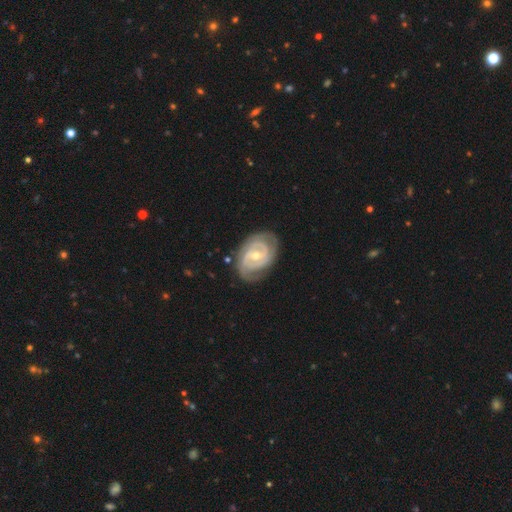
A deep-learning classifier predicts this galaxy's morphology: Smooth or featured: featured or disk — 89% (smooth — 7%)
Edge-on disk: no — 97% (yes — 3%)
Bar: weak — 45% (no — 37%)
Spiral arms: yes — 96% (no — 4%)
Spiral winding: tight — 68% (medium — 27%)
Spiral arm count: 2 — 59% (3 — 17%)
Bulge size: moderate — 54% (small — 43%)
Merging: none — 75% (minor disturbance — 18%)